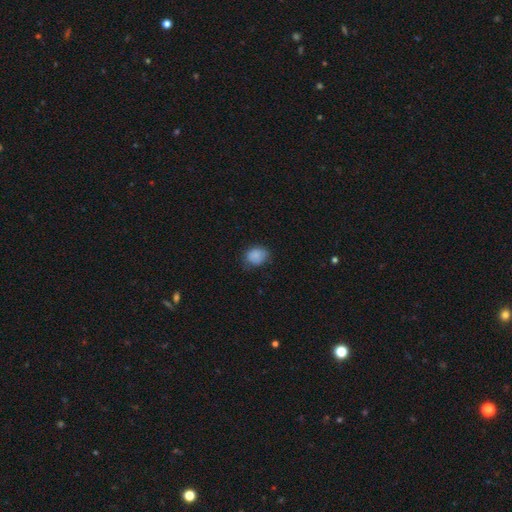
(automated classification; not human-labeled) smooth_or_featured: smooth (p=0.86) [alt: star or artifact p=0.09]
how_rounded: round (p=0.55) [alt: in between p=0.45]
merging: none (p=0.69) [alt: minor disturbance p=0.24]